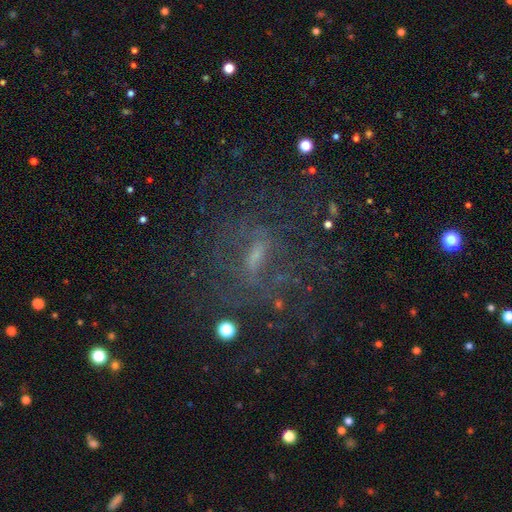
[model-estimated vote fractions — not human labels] smooth-or-featured: featured or disk: 62% | star or artifact: 21% | smooth: 17%
  disk-edge-on: no: 91% | yes: 9%
    bar: weak: 46% | strong: 28% | no: 26%
    has-spiral-arms: yes: 62% | no: 38%
    bulge-size: small: 48% | moderate: 27% | none: 20% | large: 4% | dominant: 1%
  merging: none: 62% | major disturbance: 19% | minor disturbance: 16% | merger: 3%